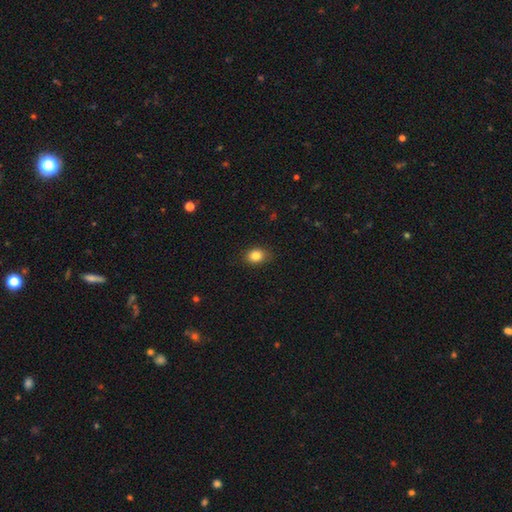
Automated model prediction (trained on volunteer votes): Smooth or featured: smooth — 83% (star or artifact — 11%)
How rounded: round — 50% (in between — 49%)
Merging: none — 84% (minor disturbance — 13%)